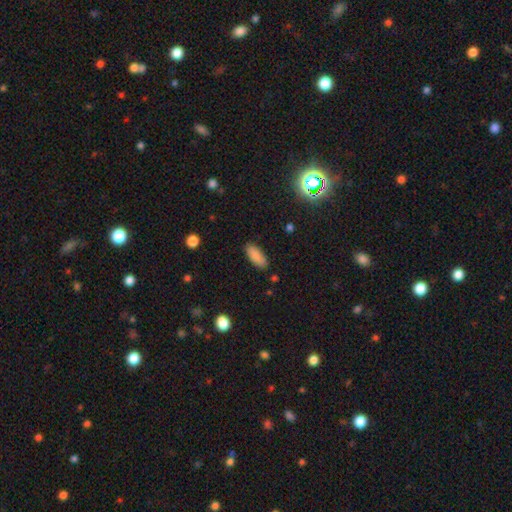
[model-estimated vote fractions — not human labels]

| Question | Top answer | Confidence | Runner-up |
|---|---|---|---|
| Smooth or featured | smooth | 87% | star or artifact (8%) |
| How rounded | in between | 78% | cigar-shaped (20%) |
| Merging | none | 87% | minor disturbance (9%) |